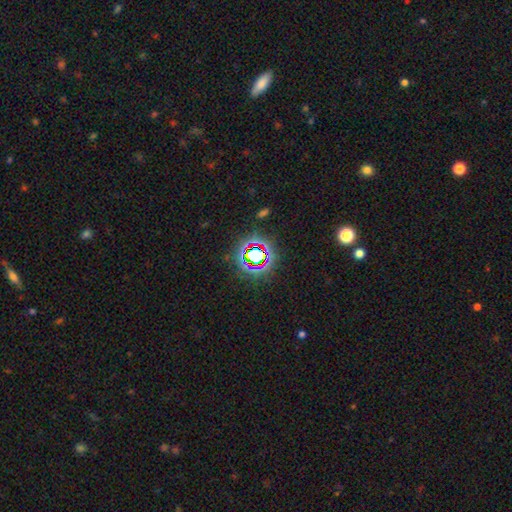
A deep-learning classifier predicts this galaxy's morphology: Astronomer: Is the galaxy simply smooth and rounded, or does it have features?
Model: star or artifact — 68%.